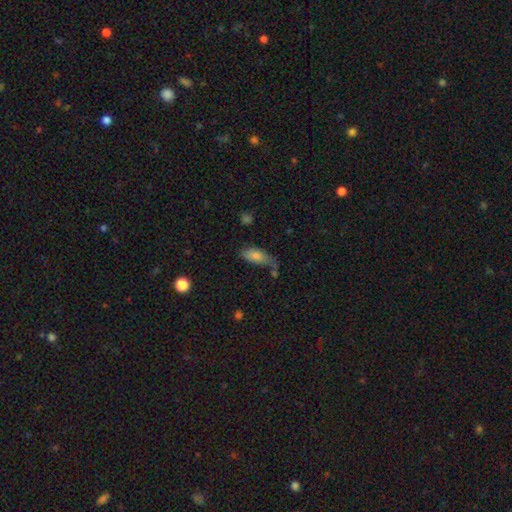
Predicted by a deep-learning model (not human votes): Overall: smooth (72%). How rounded: in between (81%). Merging: none (46%; minor disturbance 28%).